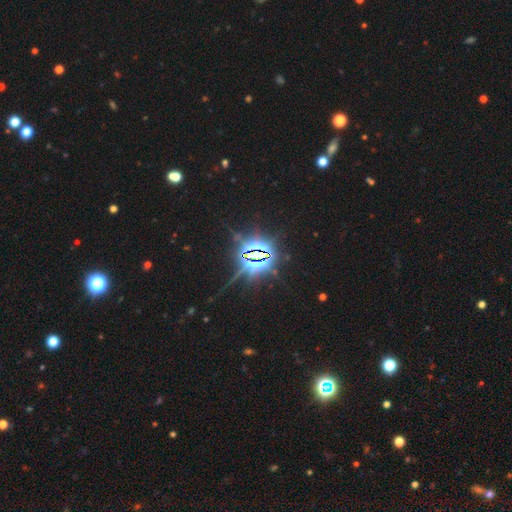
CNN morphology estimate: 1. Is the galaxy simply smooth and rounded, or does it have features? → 85% star or artifact, 8% featured or disk, 7% smooth.